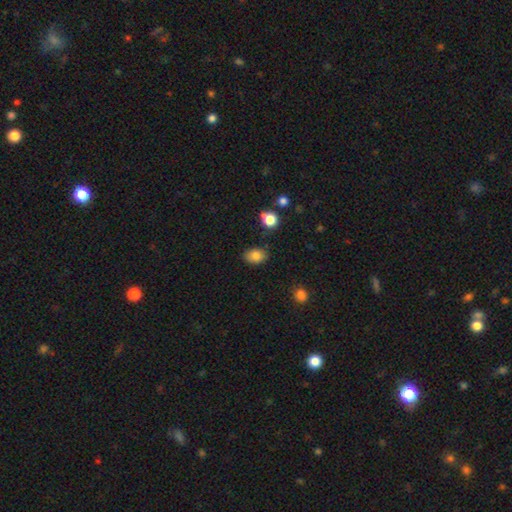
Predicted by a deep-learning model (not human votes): This is clearly a smooth galaxy (82%). How rounded: likely in between (74%). Merging: clearly none (81%).